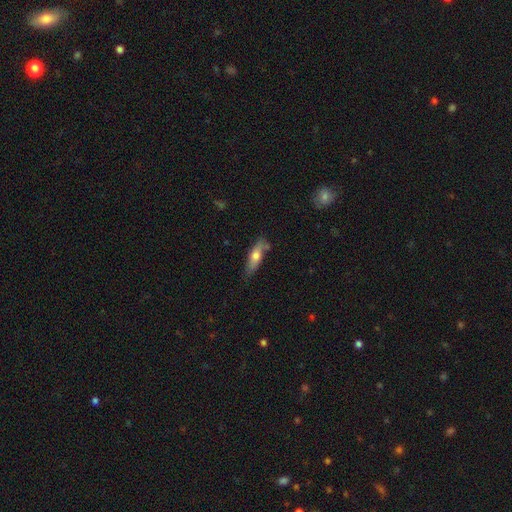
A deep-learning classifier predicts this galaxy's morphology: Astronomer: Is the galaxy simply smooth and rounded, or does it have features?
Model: smooth — 62%.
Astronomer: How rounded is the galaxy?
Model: cigar-shaped — 53% (runner-up: in between, 45%).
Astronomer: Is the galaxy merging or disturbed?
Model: none — 69%.